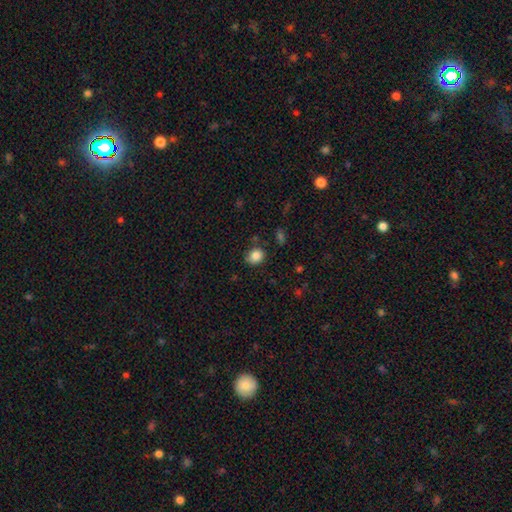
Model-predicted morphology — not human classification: Overall: smooth (86%). How rounded: round (66%; in between 33%). Merging: none (77%).